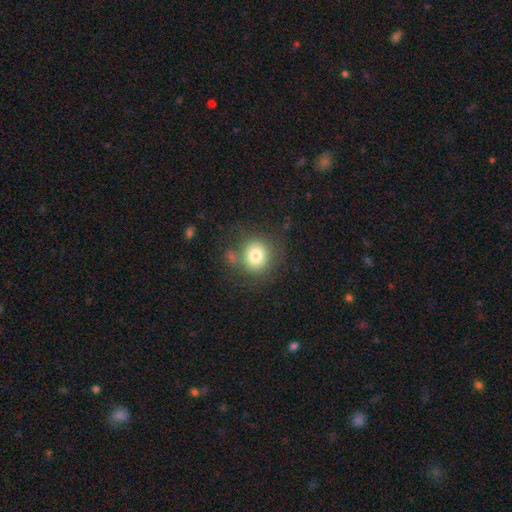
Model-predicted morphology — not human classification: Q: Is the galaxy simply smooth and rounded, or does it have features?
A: smooth — 77%.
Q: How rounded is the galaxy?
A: round — 83%.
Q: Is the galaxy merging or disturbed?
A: none — 71%.